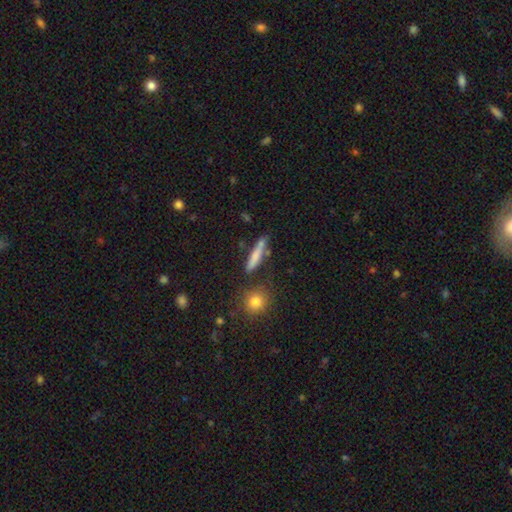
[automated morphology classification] Q: Smooth or featured?
A: smooth (71%); runner-up: featured or disk (21%)
Q: How rounded?
A: cigar-shaped (85%); runner-up: in between (11%)
Q: Merging?
A: none (73%); runner-up: minor disturbance (15%)